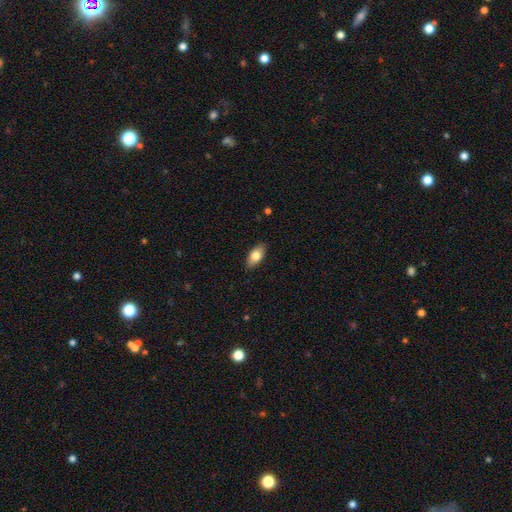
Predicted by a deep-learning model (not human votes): Morphology: type=smooth (78%); roundness=in between (90%); merging=none (87%).